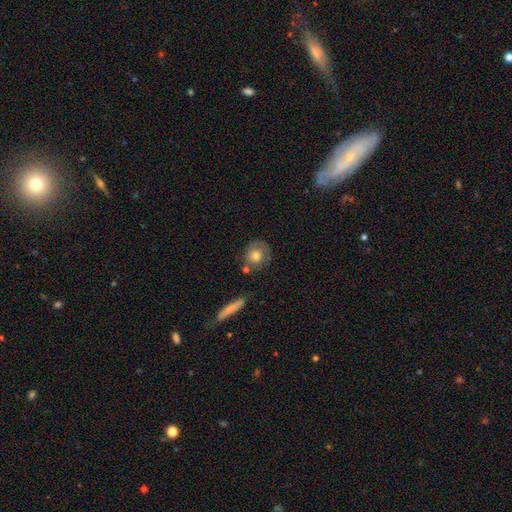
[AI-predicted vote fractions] Smooth or featured? smooth (62%)
How rounded? round (83%)
Merging? none (63%)